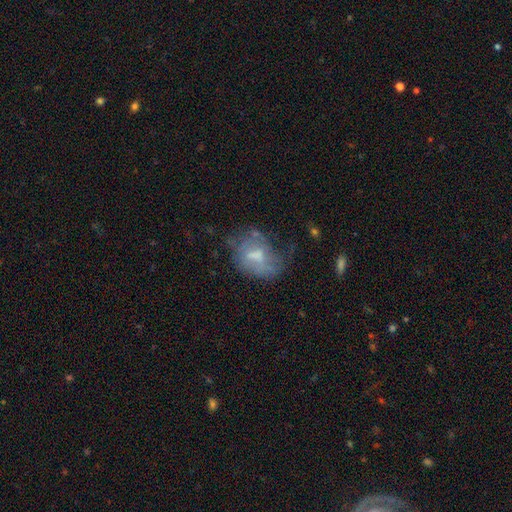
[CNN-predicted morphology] Smooth or featured? Predicted: featured or disk (p=0.46). Merging? Predicted: none (p=0.42).